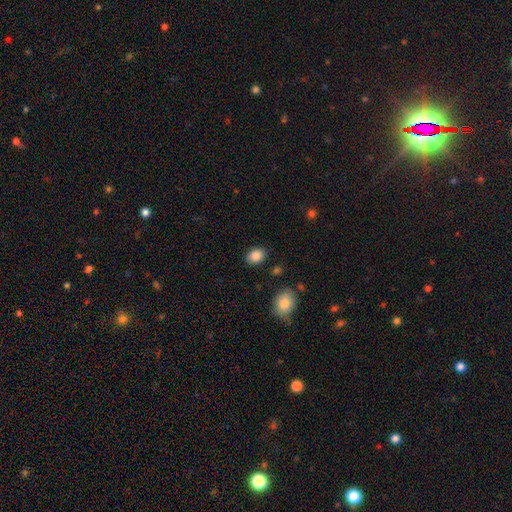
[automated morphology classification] smooth_or_featured: smooth (p=0.87) [alt: star or artifact p=0.08]
how_rounded: in between (p=0.71) [alt: round p=0.28]
merging: none (p=0.85) [alt: minor disturbance p=0.10]